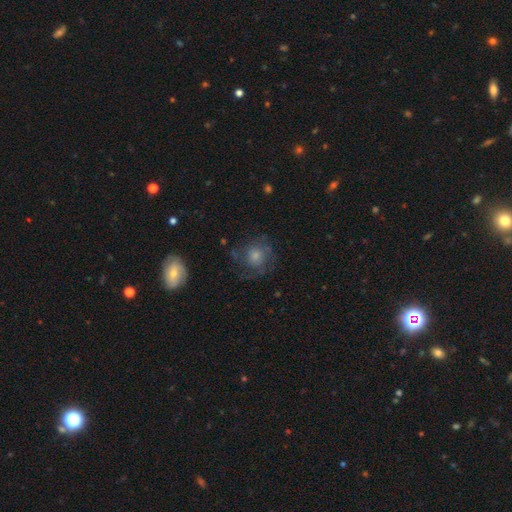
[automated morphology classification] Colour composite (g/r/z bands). It shows a smooth galaxy with no disk features (58%) that is round (85%). Merging: none (60%).